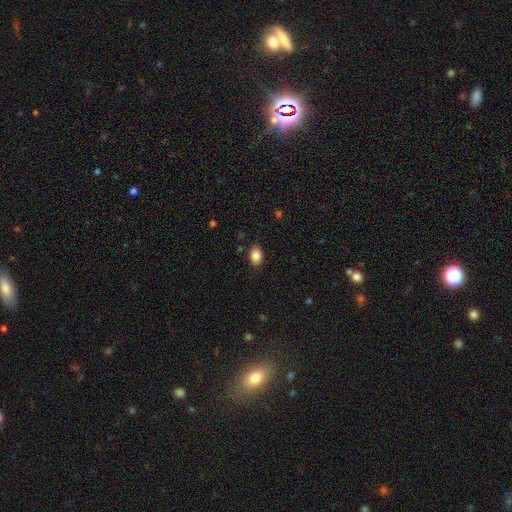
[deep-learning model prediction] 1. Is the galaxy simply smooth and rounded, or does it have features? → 87% smooth, 8% star or artifact, 5% featured or disk.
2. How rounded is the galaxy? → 78% in between, 21% round, 1% cigar-shaped.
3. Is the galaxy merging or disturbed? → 86% none, 11% minor disturbance, 2% major disturbance, 1% merger.